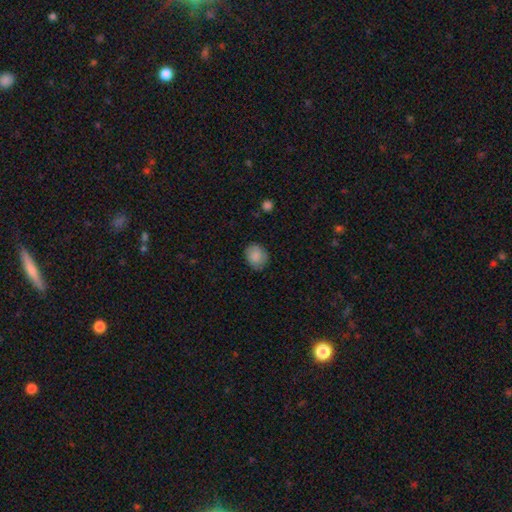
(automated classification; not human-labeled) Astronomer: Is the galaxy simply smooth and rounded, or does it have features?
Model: smooth — 84%.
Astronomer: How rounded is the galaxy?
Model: round — 65%.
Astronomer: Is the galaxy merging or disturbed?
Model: none — 82%.